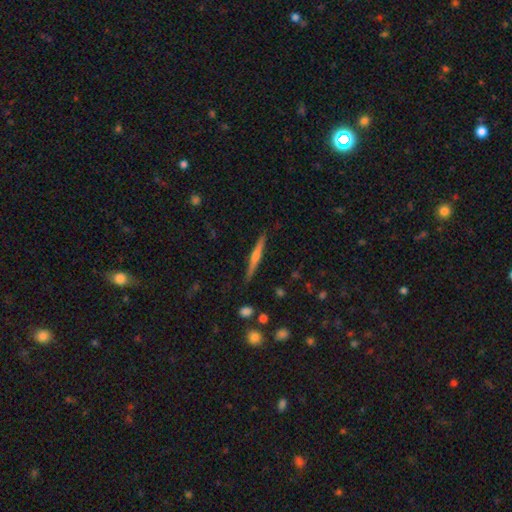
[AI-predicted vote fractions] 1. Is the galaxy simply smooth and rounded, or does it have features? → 69% featured or disk, 24% smooth, 7% star or artifact.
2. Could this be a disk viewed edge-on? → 98% yes, 2% no.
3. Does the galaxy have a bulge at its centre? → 75% rounded, 16% none, 9% boxy.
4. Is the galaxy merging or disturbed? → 90% none, 7% minor disturbance, 1% major disturbance, 1% merger.